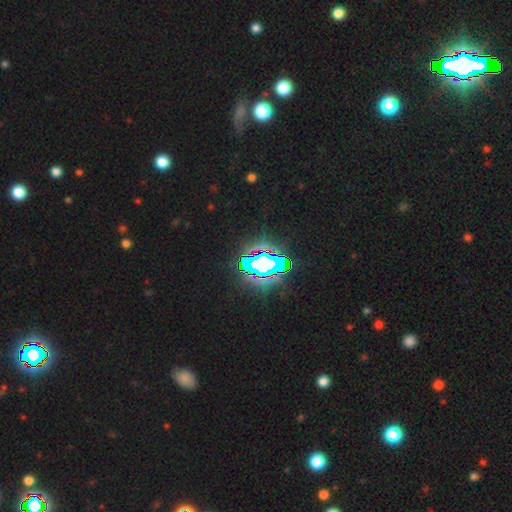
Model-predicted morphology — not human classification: Overall: star or artifact (81%).